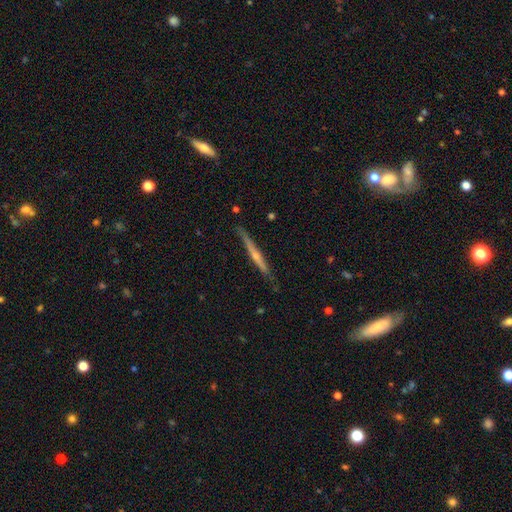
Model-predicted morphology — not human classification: Smooth or featured? featured or disk (73%)
Edge-on disk? yes (98%)
Edge-on bulge? rounded (69%)
Merging? none (86%)